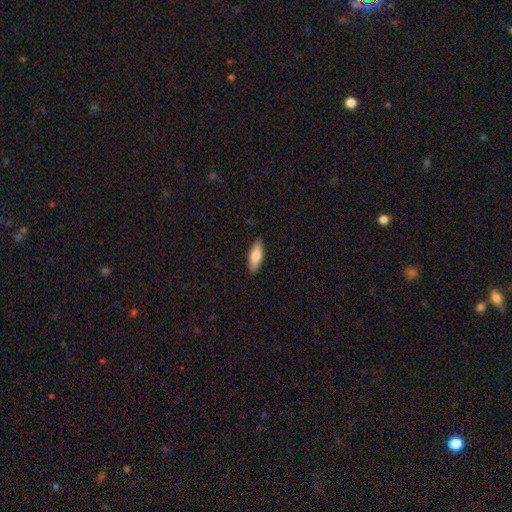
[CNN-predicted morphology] Smooth or featured: smooth — 77% (featured or disk — 17%)
How rounded: in between — 62% (cigar-shaped — 36%)
Merging: none — 88% (minor disturbance — 10%)